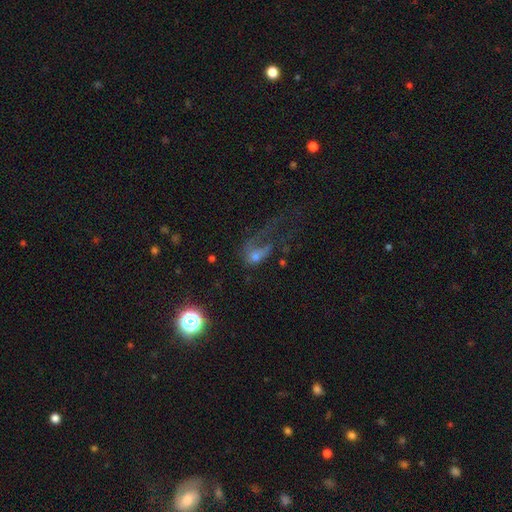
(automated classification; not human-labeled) This is marginally a featured or disk galaxy (42%). Merging: likely major disturbance (61%).